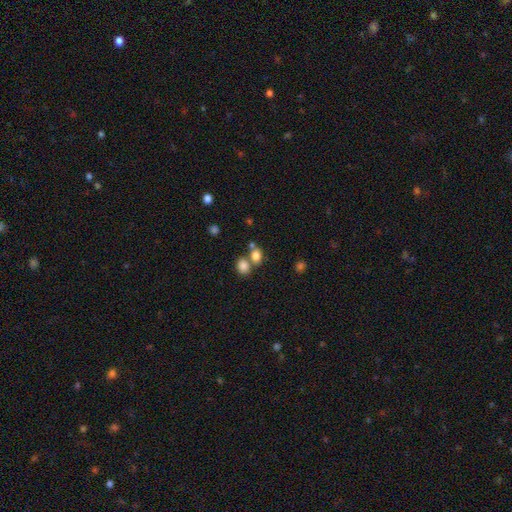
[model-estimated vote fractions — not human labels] smooth_or_featured: smooth (p=0.80) [alt: star or artifact p=0.12]
how_rounded: in between (p=0.56) [alt: round p=0.42]
merging: none (p=0.46) [alt: merger p=0.40]